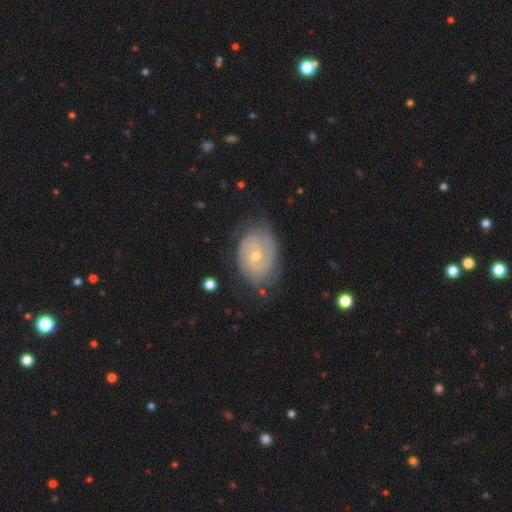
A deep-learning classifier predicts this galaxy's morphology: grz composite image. It shows a featured or disk galaxy (84%) with no bar (54%), 2 (63%) tight (63%) spiral arms (94%) and a small central bulge (56%). Merging: none (75%).